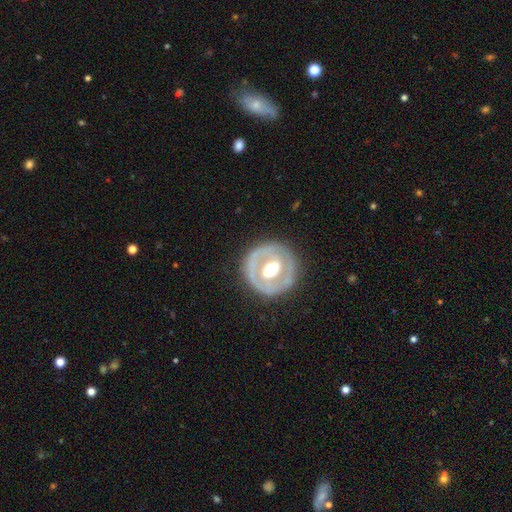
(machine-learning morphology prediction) A featured or disk galaxy (67%) with no bar (50%), no spiral arms (74%) and a moderate central bulge (70%). Merging: none (79%).